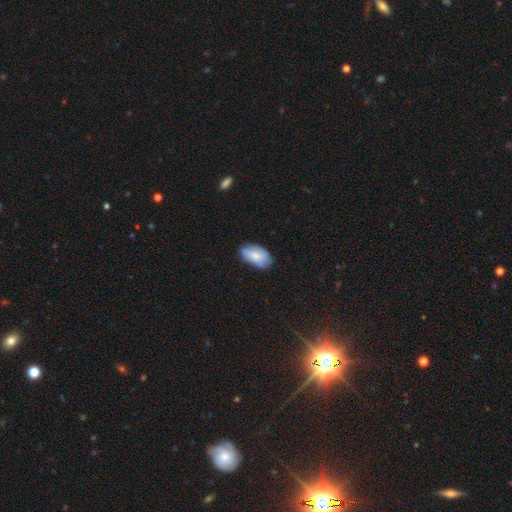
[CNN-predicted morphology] A smooth galaxy with no disk features (72%) that is in between round and cigar-shaped (93%). Merging: none (62%).